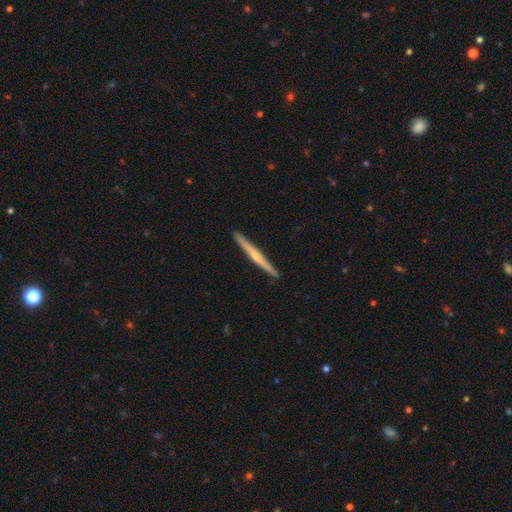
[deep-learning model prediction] A featured or disk galaxy (66%) viewed edge-on (98%) with a rounded central bulge (68%). Merging: none (92%).